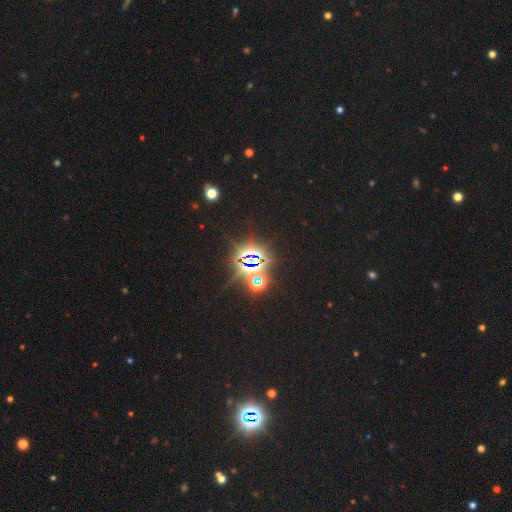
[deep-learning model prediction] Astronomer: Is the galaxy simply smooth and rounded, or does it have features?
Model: star or artifact — 84%.